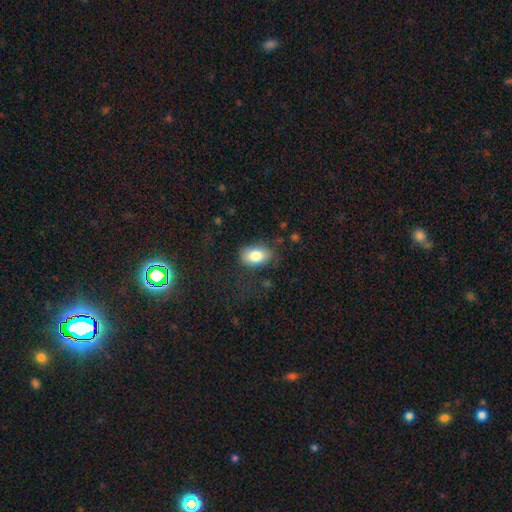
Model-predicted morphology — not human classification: This is clearly a smooth galaxy (83%). How rounded: clearly in between (85%). Merging: likely none (74%).